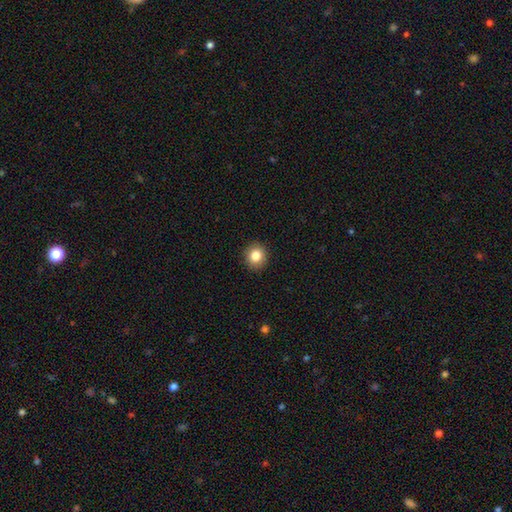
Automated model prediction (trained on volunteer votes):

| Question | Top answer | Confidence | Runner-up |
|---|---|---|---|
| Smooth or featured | smooth | 84% | star or artifact (10%) |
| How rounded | round | 86% | in between (13%) |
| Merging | none | 92% | minor disturbance (6%) |